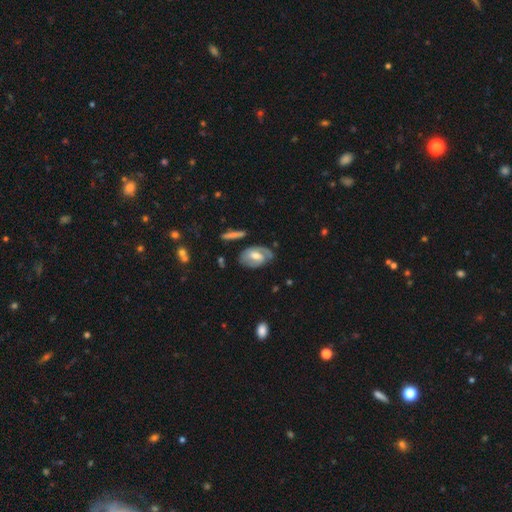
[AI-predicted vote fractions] Smooth or featured: featured or disk — 64% (smooth — 29%)
Edge-on disk: no — 93% (yes — 7%)
Bar: weak — 47% (no — 34%)
Spiral arms: yes — 76% (no — 24%)
Bulge size: moderate — 64% (small — 19%)
Merging: none — 63% (minor disturbance — 24%)